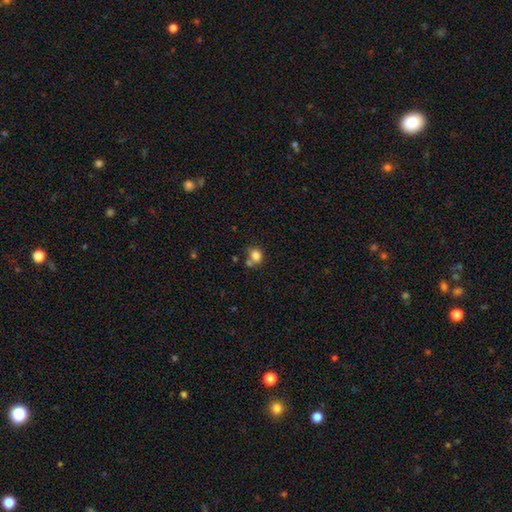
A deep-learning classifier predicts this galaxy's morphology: Smooth or featured? smooth (82%)
How rounded? round (75%)
Merging? none (55%)